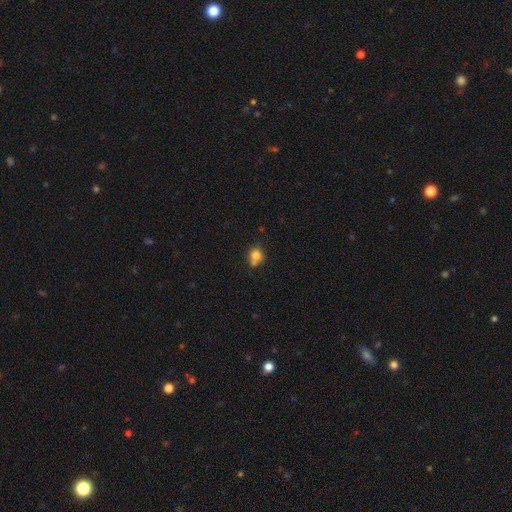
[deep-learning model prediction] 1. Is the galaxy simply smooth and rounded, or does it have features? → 78% smooth, 11% star or artifact, 10% featured or disk.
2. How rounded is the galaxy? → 65% round, 34% in between, 1% cigar-shaped.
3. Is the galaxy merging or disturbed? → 50% none, 26% minor disturbance, 16% merger, 7% major disturbance.